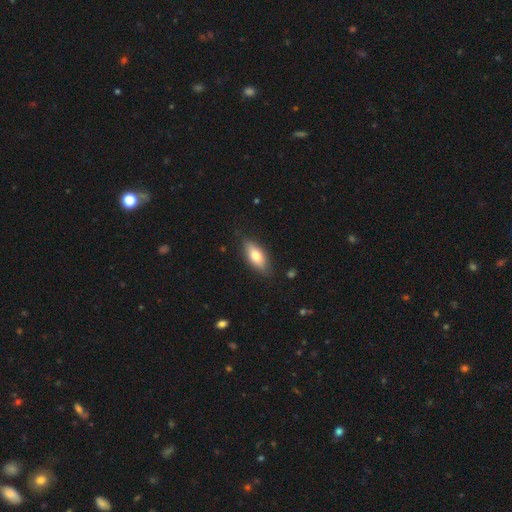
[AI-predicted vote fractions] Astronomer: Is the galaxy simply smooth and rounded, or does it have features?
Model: smooth — 73%.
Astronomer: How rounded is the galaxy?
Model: in between — 79%.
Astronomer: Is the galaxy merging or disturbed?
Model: none — 83%.